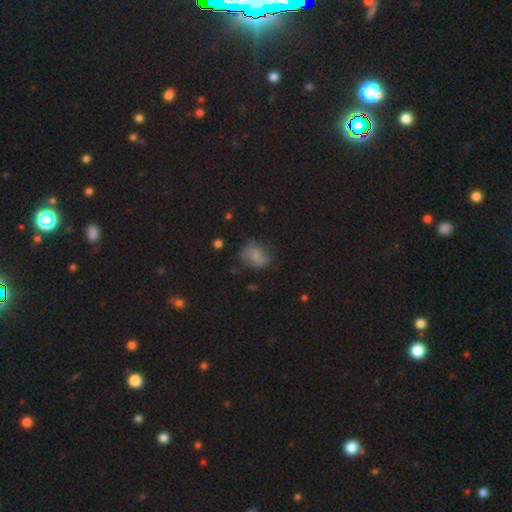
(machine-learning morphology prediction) smooth 64%, featured or disk 24%, star or artifact 12%. Down the decision tree: how rounded — in between (51%); merging — none (60%).